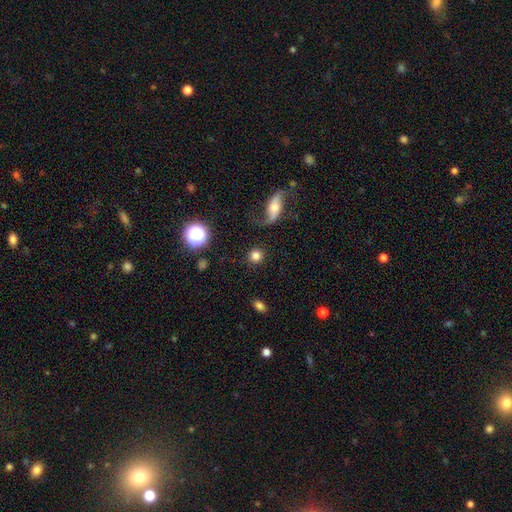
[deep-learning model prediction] Smooth or featured?
  - smooth: 78% *
  - star or artifact: 11%
  - featured or disk: 10%
How rounded?
  - round: 92% *
  - in between: 7%
  - cigar-shaped: 1%
Merging?
  - none: 85% *
  - minor disturbance: 7%
  - major disturbance: 5%
  - merger: 3%